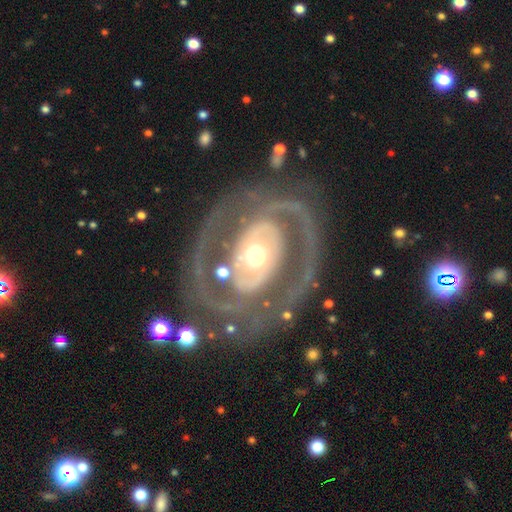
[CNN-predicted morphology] A featured or disk galaxy (85%) with no bar (56%), 2 (70%) tight (47%) spiral arms (79%) and a moderate central bulge (64%). Merging: none (72%).